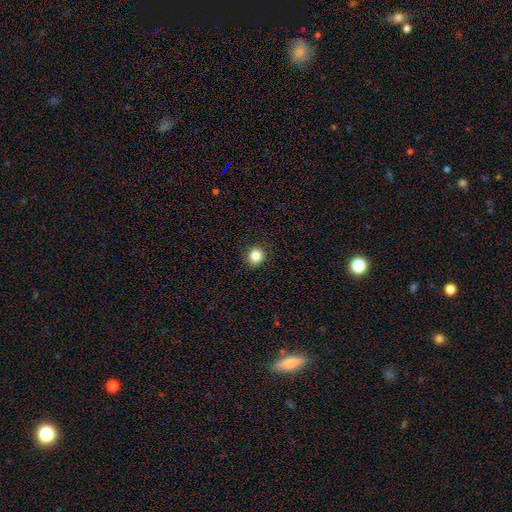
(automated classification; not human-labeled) Overall: smooth (84%). How rounded: round (90%). Merging: none (91%).